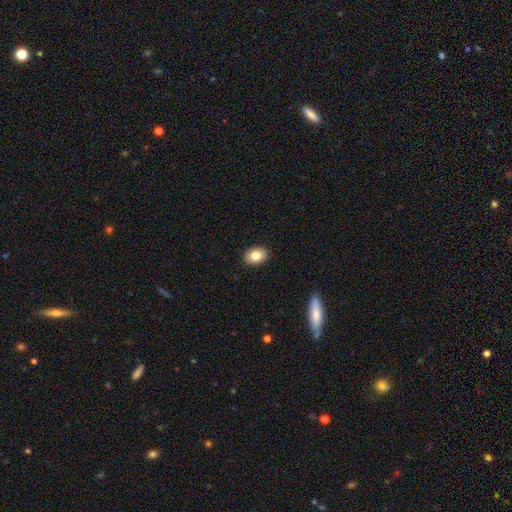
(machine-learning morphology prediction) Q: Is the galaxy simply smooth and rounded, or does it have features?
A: smooth — 81%.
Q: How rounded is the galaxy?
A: in between — 79%.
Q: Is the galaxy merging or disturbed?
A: none — 90%.